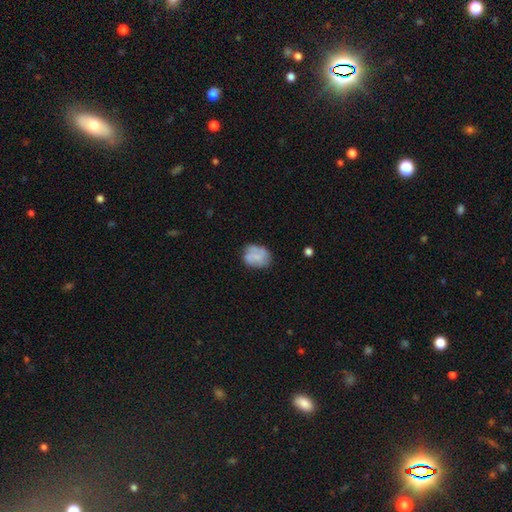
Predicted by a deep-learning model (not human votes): A smooth galaxy with no disk features (59%) that is in between round and cigar-shaped (55%).

Vote fractions:
- Smooth or featured? smooth: 59% / featured or disk: 32% / star or artifact: 8%
- How rounded? in between: 55% / round: 44% / cigar-shaped: 1%
- Merging? none: 59% / minor disturbance: 27% / major disturbance: 10% / merger: 4%